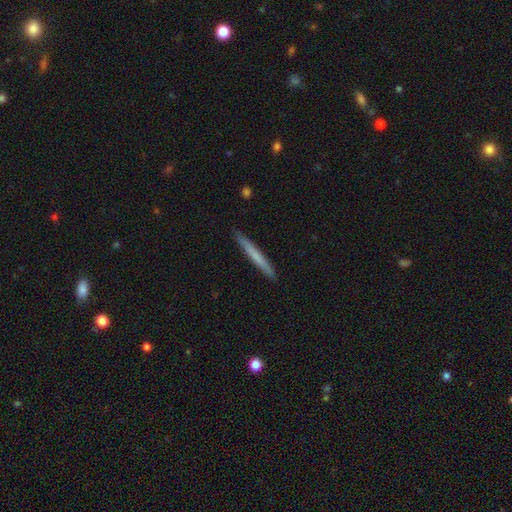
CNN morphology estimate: Smooth or featured: smooth — 63% (featured or disk — 32%)
How rounded: cigar-shaped — 97% (in between — 2%)
Merging: none — 92% (minor disturbance — 6%)